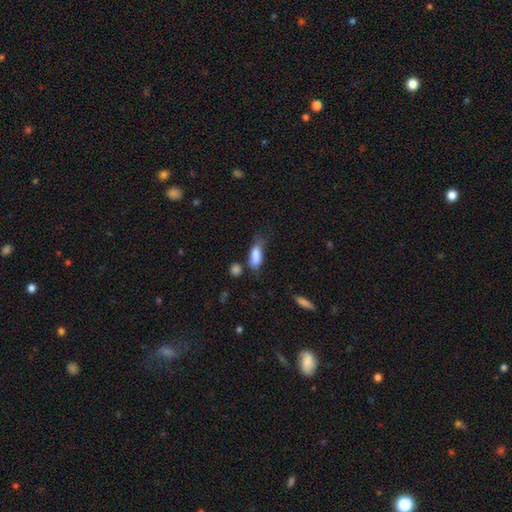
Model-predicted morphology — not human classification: Smooth or featured? Predicted: smooth (p=0.80). How rounded? Predicted: in between (p=0.74). Merging? Predicted: none (p=0.36).